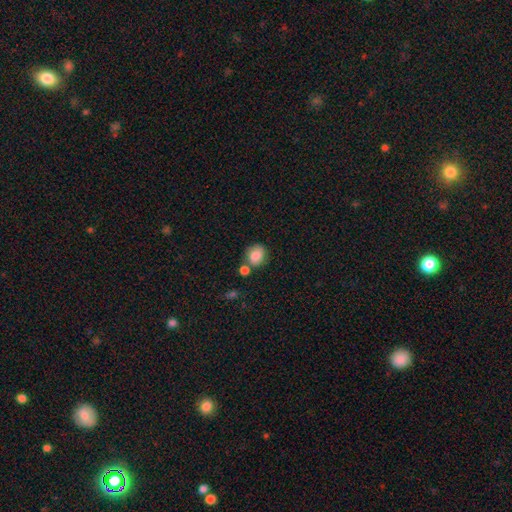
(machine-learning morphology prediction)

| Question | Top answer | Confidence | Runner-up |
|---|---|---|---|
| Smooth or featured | smooth | 83% | star or artifact (9%) |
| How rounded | round | 63% | in between (36%) |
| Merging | none | 57% | merger (21%) |